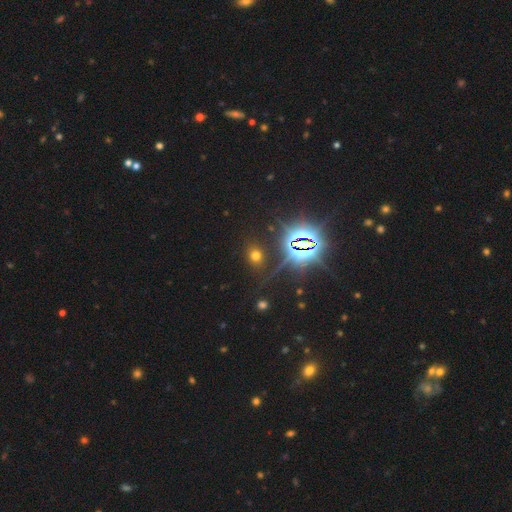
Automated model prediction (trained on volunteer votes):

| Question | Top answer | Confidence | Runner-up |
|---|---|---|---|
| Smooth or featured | smooth | 51% | star or artifact (41%) |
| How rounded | round | 57% | in between (41%) |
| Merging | none | 84% | minor disturbance (9%) |